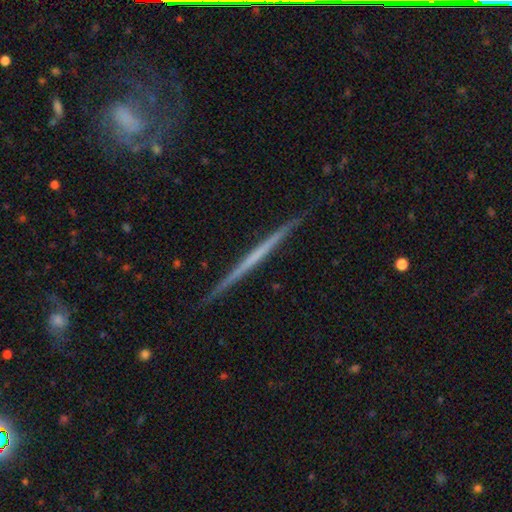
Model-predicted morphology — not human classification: A featured or disk galaxy (66%) viewed edge-on (98%) with no central bulge (92%).

Vote fractions:
- Smooth or featured? featured or disk: 66% / smooth: 28% / star or artifact: 6%
- Edge-on disk? yes: 98% / no: 2%
- Edge-on bulge? none: 92% / rounded: 5% / boxy: 3%
- Merging? none: 91% / minor disturbance: 7% / major disturbance: 1% / merger: 1%